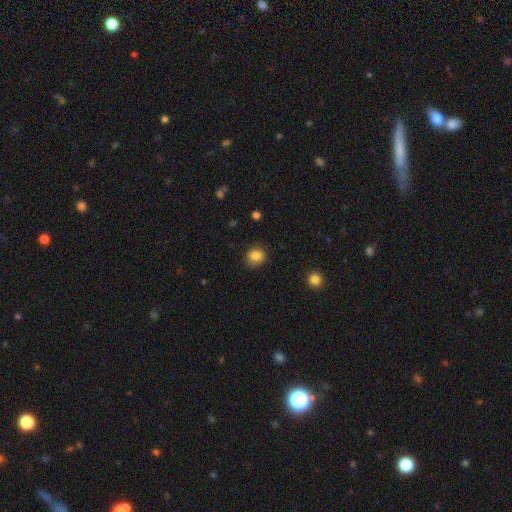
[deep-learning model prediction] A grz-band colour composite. It shows a smooth galaxy with no disk features (84%) that is round (66%). Merging: none (82%).